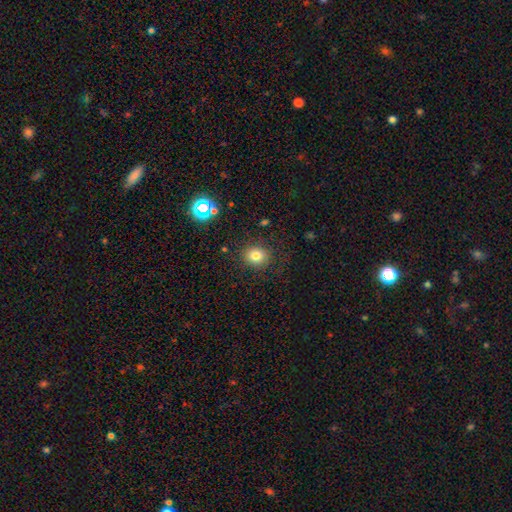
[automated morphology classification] smooth 78%, star or artifact 14%, featured or disk 8%. Down the decision tree: how rounded — round (81%); merging — none (84%).